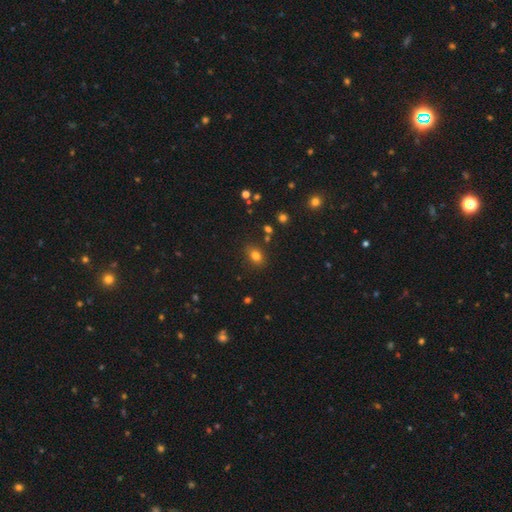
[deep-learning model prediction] A smooth galaxy with no disk features (78%) that is in between round and cigar-shaped (61%). Merging: none (81%).